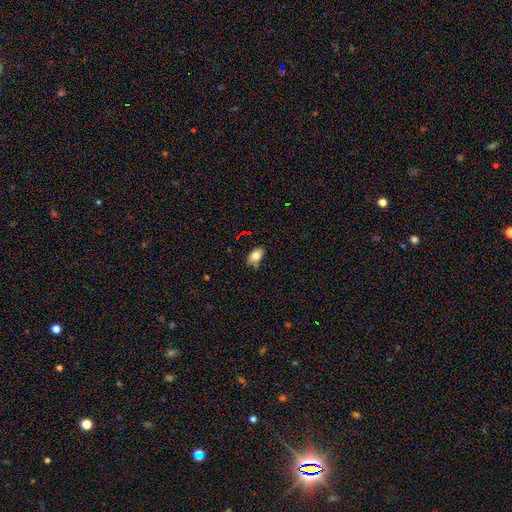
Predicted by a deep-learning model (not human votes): A smooth galaxy with no disk features (81%) that is in between round and cigar-shaped (88%). Merging: none (70%).